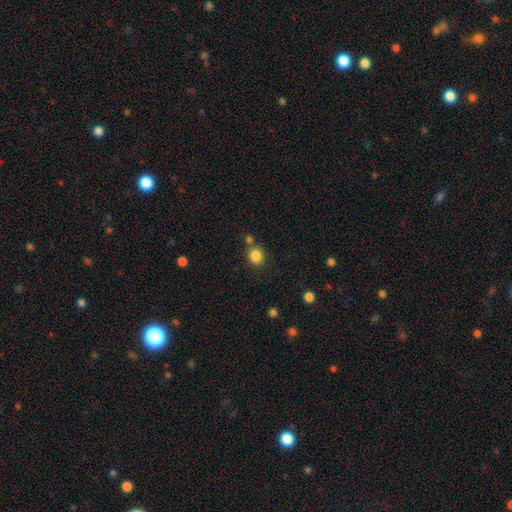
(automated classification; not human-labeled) This is clearly a smooth galaxy (85%). How rounded: clearly round (86%). Merging: likely none (75%).